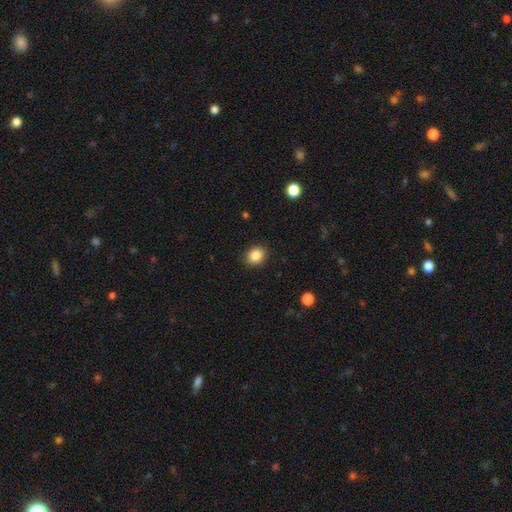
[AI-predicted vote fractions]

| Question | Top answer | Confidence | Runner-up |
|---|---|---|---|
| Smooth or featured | smooth | 87% | star or artifact (9%) |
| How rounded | round | 51% | in between (48%) |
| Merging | none | 89% | minor disturbance (8%) |